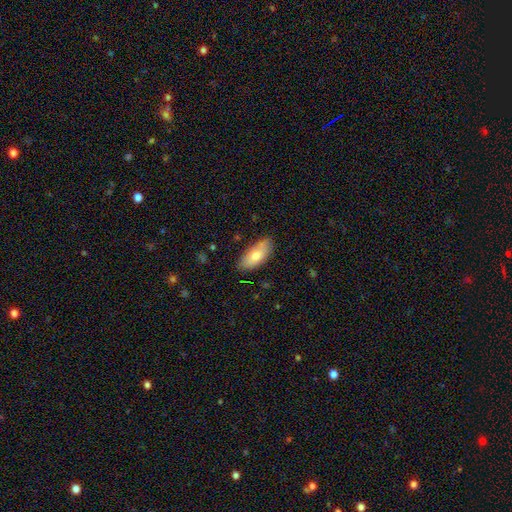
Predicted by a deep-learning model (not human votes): A smooth galaxy with no disk features (72%) that is in between round and cigar-shaped (85%).

Vote fractions:
- Smooth or featured? smooth: 72% / featured or disk: 22% / star or artifact: 6%
- How rounded? in between: 85% / cigar-shaped: 12% / round: 2%
- Merging? none: 80% / minor disturbance: 15% / major disturbance: 3% / merger: 2%